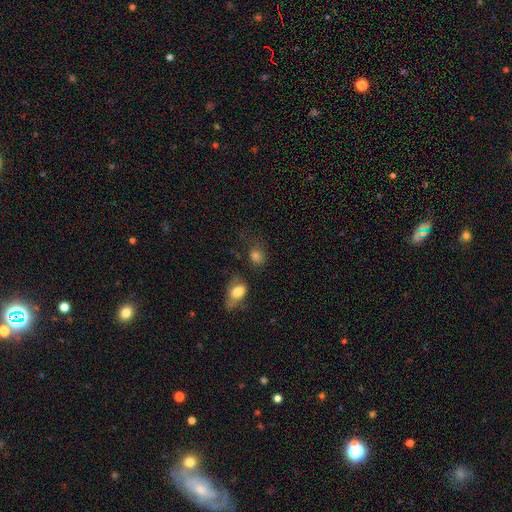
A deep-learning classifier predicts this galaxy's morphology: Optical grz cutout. It shows a smooth galaxy with no disk features (79%) that is round (50%). Merging: none (56%).